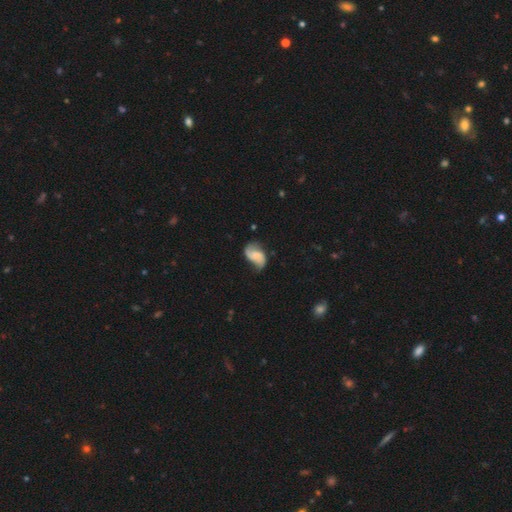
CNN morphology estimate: Q: Smooth or featured?
A: featured or disk (70%); runner-up: smooth (23%)
Q: Edge-on disk?
A: no (98%); runner-up: yes (2%)
Q: Bar?
A: no (48%); runner-up: weak (39%)
Q: Spiral arms?
A: yes (93%); runner-up: no (7%)
Q: Spiral winding?
A: loose (53%); runner-up: medium (35%)
Q: Spiral arm count?
A: 2 (88%); runner-up: can't tell (4%)
Q: Bulge size?
A: none (50%); runner-up: small (24%)
Q: Merging?
A: none (59%); runner-up: minor disturbance (26%)